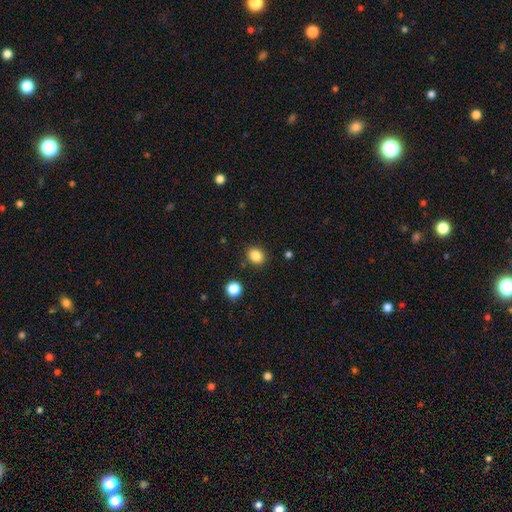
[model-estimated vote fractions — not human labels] smooth 85%, star or artifact 11%, featured or disk 4%. Down the decision tree: how rounded — round (65%); merging — none (86%).